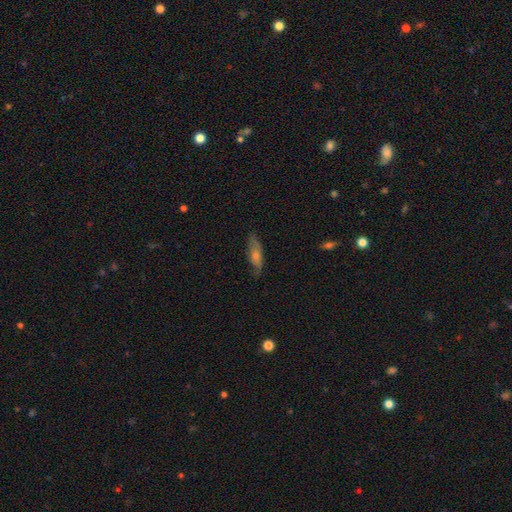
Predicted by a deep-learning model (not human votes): smooth_or_featured: featured or disk (p=0.48) [alt: smooth p=0.43]
merging: none (p=0.73) [alt: minor disturbance p=0.21]